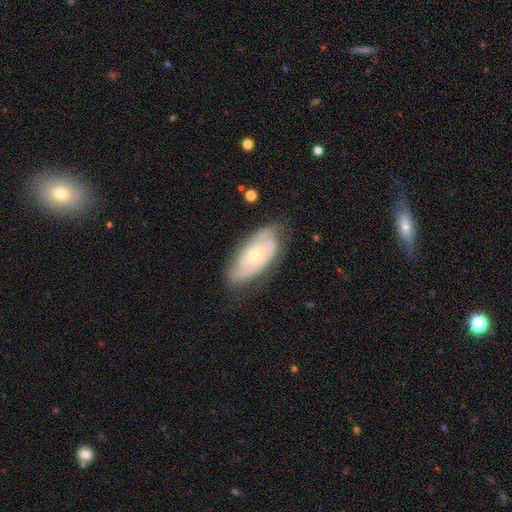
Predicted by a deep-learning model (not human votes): smooth_or_featured: featured or disk (p=0.73) [alt: smooth p=0.21]
disk_edge_on: no (p=0.93) [alt: yes p=0.07]
bar: no (p=0.76) [alt: weak p=0.20]
has_spiral_arms: yes (p=0.86) [alt: no p=0.14]
spiral_winding: tight (p=0.63) [alt: medium p=0.28]
spiral_arm_count: can't tell (p=0.41) [alt: 2 p=0.36]
bulge_size: small (p=0.62) [alt: moderate p=0.35]
merging: none (p=0.70) [alt: minor disturbance p=0.22]